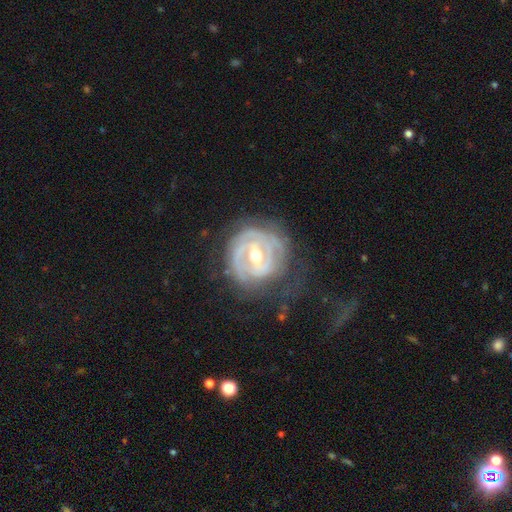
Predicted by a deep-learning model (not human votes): Q: Smooth or featured?
A: featured or disk (85%); runner-up: smooth (10%)
Q: Edge-on disk?
A: no (96%); runner-up: yes (4%)
Q: Bar?
A: weak (44%); runner-up: strong (35%)
Q: Spiral arms?
A: yes (87%); runner-up: no (13%)
Q: Spiral winding?
A: tight (75%); runner-up: medium (18%)
Q: Spiral arm count?
A: can't tell (39%); runner-up: 2 (27%)
Q: Bulge size?
A: moderate (70%); runner-up: small (23%)
Q: Merging?
A: none (63%); runner-up: minor disturbance (20%)